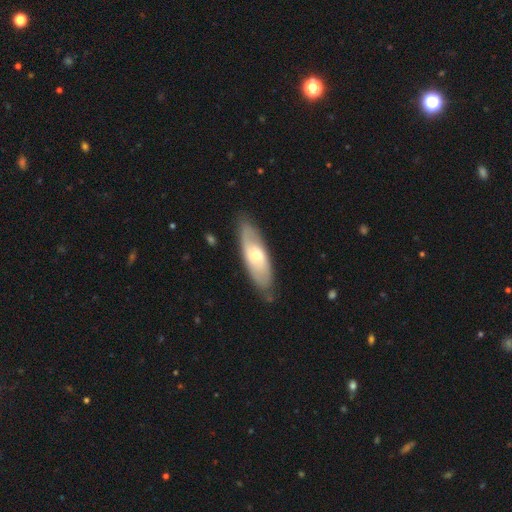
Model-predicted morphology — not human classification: smooth_or_featured: featured or disk (p=0.52) [alt: smooth p=0.43]
disk_edge_on: no (p=0.75) [alt: yes p=0.25]
merging: none (p=0.80) [alt: minor disturbance p=0.15]